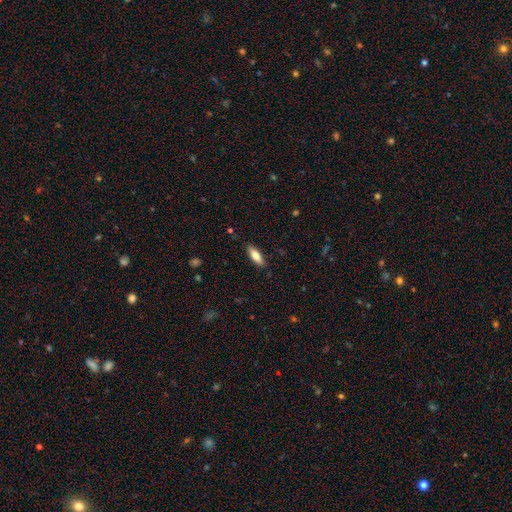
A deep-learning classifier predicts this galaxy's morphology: smooth_or_featured: smooth (p=0.76) [alt: featured or disk p=0.18]
how_rounded: in between (p=0.59) [alt: cigar-shaped p=0.39]
merging: none (p=0.87) [alt: minor disturbance p=0.10]